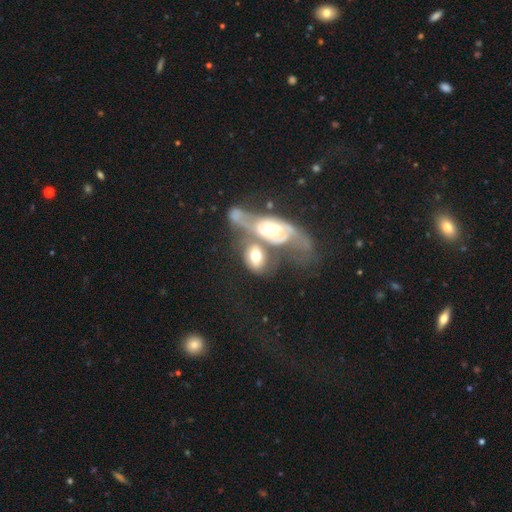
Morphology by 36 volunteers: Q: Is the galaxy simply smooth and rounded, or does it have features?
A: smooth — 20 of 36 (56%).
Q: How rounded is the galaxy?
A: in between — 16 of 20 (80%).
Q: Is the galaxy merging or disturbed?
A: merger — 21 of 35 (60%).